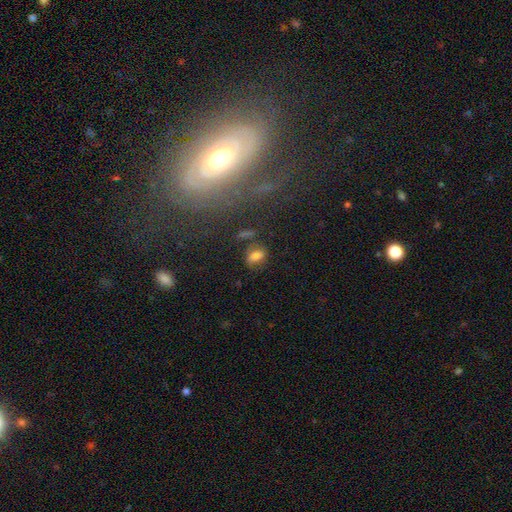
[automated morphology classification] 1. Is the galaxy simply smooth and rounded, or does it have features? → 73% smooth, 14% star or artifact, 13% featured or disk.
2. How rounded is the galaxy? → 79% in between, 18% round, 3% cigar-shaped.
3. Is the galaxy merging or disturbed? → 68% none, 18% minor disturbance, 7% merger, 7% major disturbance.